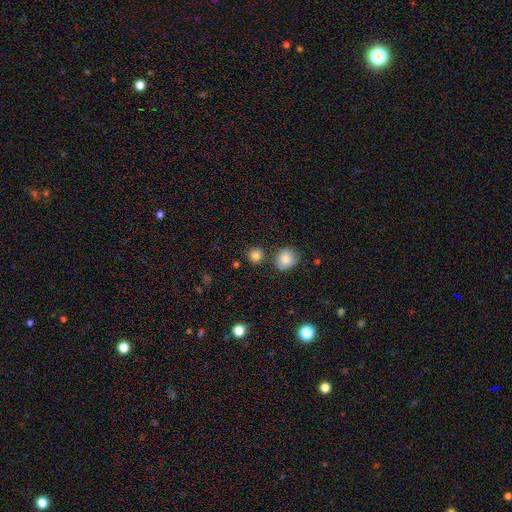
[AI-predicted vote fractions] This is clearly a smooth galaxy (83%). How rounded: clearly round (90%). Merging: likely none (80%).